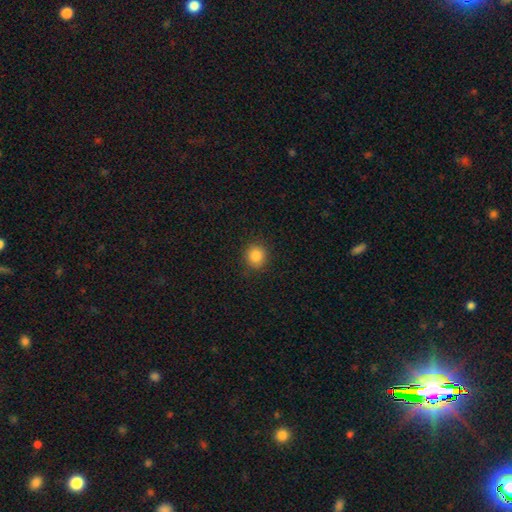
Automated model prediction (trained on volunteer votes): This appears to be a smooth galaxy with no disk features (85%) that is round (88%). Merging: none (89%).